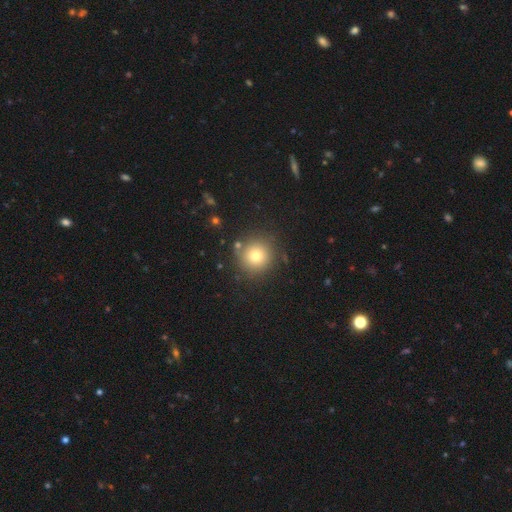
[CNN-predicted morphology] This is likely a smooth galaxy (74%). How rounded: clearly round (95%). Merging: clearly none (85%).